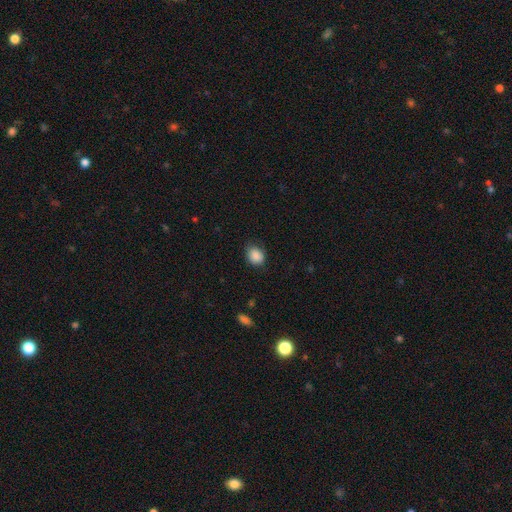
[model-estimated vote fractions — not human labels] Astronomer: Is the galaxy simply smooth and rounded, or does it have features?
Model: smooth — 88%.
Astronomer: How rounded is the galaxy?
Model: round — 54% (runner-up: in between, 45%).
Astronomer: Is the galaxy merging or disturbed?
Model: none — 75%.